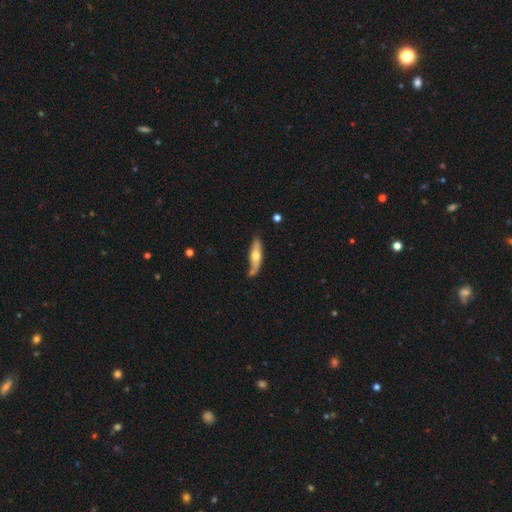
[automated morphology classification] Q: Smooth or featured?
A: smooth (50%); runner-up: featured or disk (45%)
Q: How rounded?
A: cigar-shaped (66%); runner-up: in between (32%)
Q: Merging?
A: none (61%); runner-up: minor disturbance (28%)